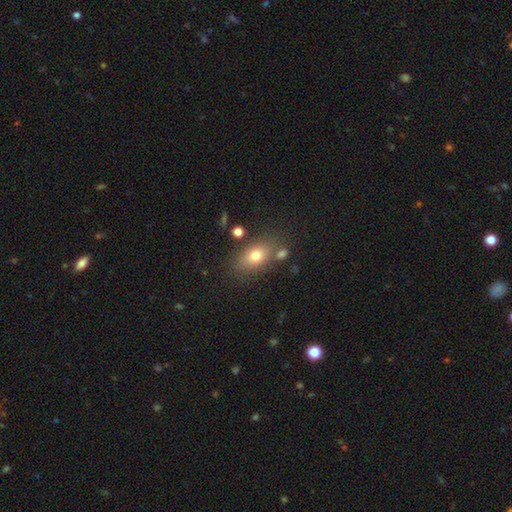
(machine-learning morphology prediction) This appears to be a smooth galaxy with no disk features (75%) that is in between round and cigar-shaped (80%). Merging: none (72%).